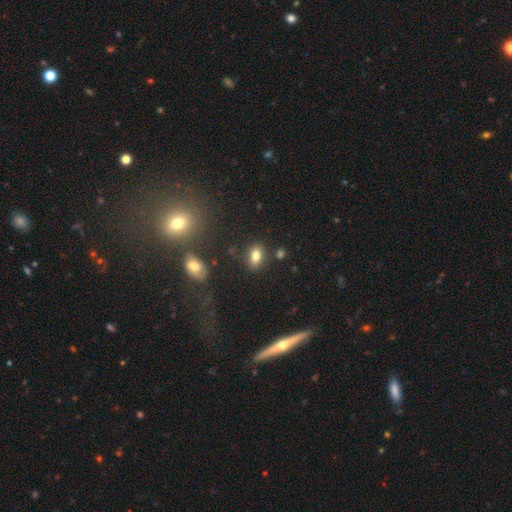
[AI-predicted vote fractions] Smooth or featured? Predicted: smooth (p=0.80). How rounded? Predicted: in between (p=0.84). Merging? Predicted: none (p=0.82).